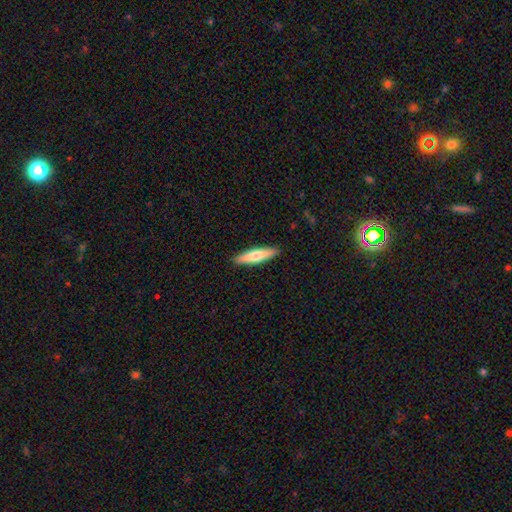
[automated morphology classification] This appears to be a smooth galaxy with no disk features (67%) that is cigar-shaped (79%). Merging: none (91%).